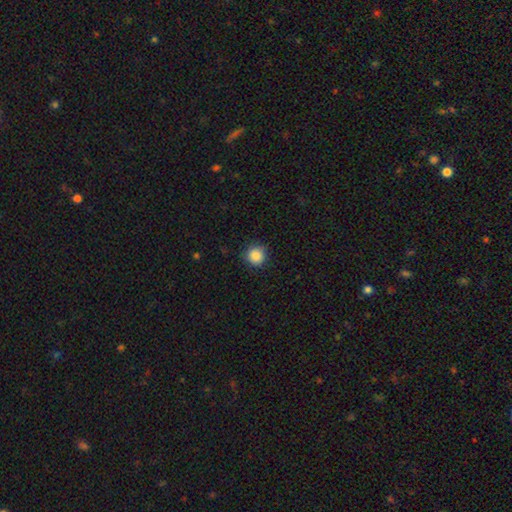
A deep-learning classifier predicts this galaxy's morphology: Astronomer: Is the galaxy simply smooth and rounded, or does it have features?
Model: smooth — 87%.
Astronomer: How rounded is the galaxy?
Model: round — 94%.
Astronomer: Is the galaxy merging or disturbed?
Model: none — 87%.